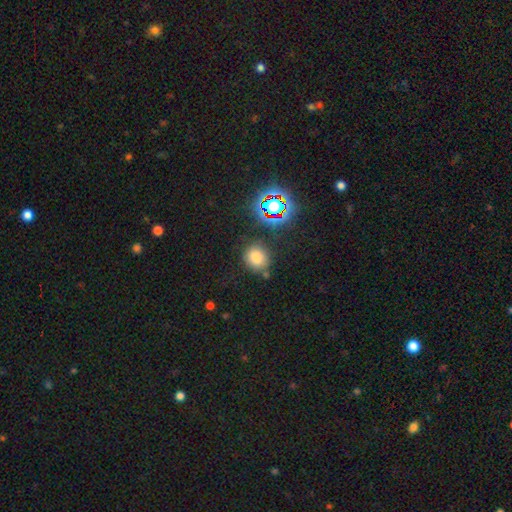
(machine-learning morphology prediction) type=smooth (72%); roundness=round (79%); merging=none (77%).